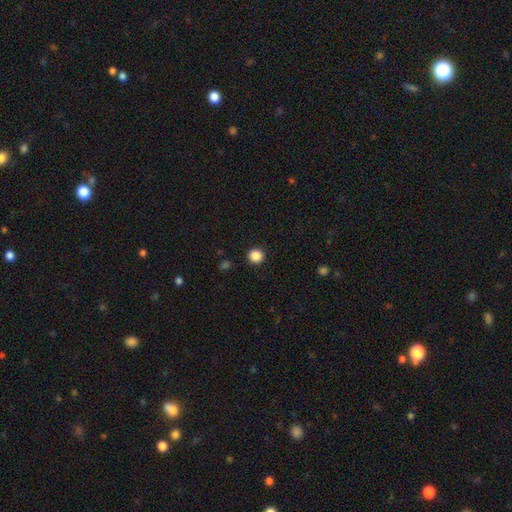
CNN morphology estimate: Smooth or featured: smooth — 87% (star or artifact — 11%)
How rounded: round — 94% (in between — 5%)
Merging: none — 93% (minor disturbance — 5%)